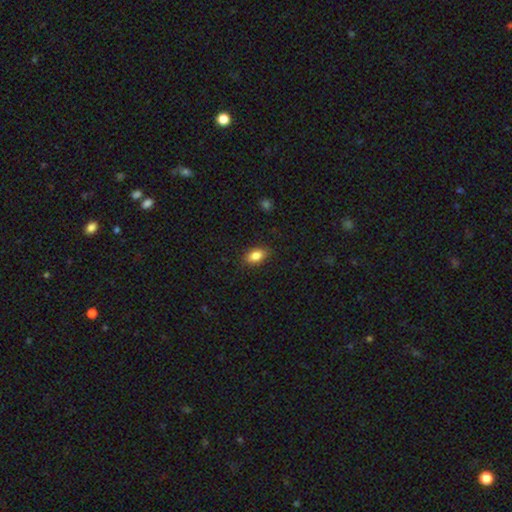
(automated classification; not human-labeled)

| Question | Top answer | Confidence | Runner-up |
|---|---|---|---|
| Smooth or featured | smooth | 85% | star or artifact (8%) |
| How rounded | in between | 88% | round (9%) |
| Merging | none | 87% | minor disturbance (10%) |